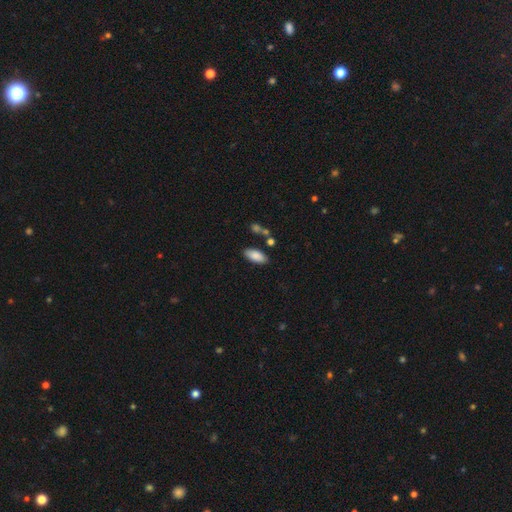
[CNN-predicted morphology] The model was most divided on "merging": none: 79%, minor disturbance: 12%, merger: 6%, major disturbance: 3%. More confident: how rounded — in between (88%); smooth or featured — smooth (87%).